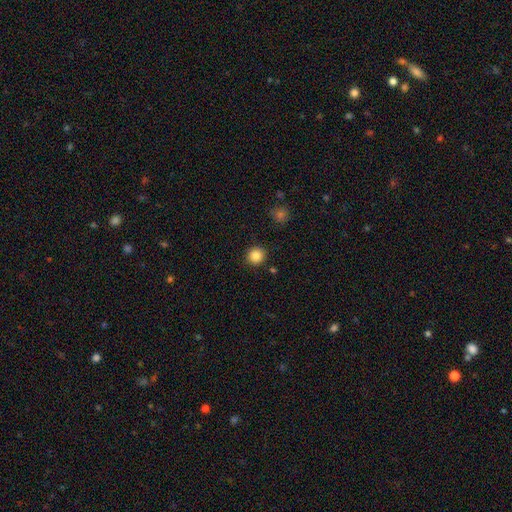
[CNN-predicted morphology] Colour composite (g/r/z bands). It shows a smooth galaxy with no disk features (86%) that is round (92%). Merging: none (90%).